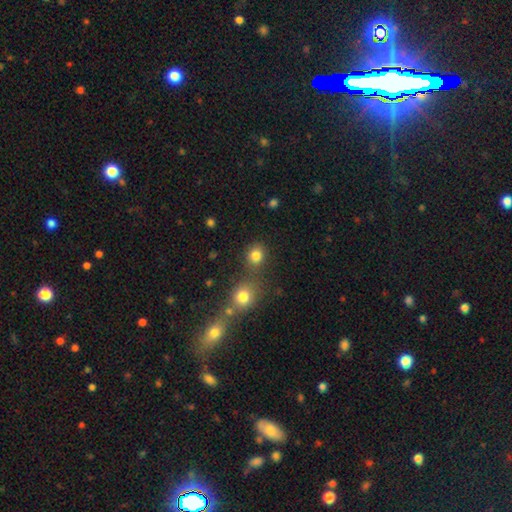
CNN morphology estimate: type=smooth (81%); roundness=round (77%); merging=none (65%).